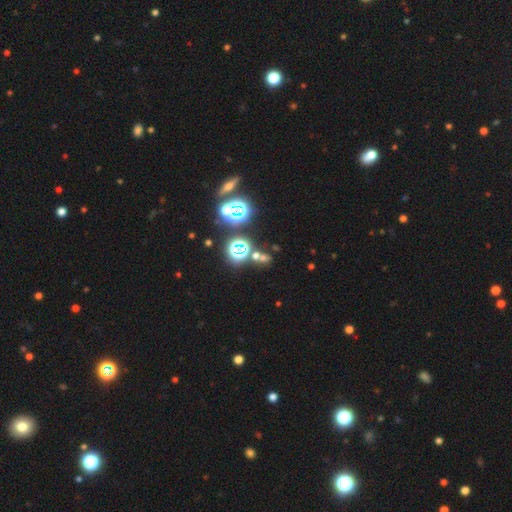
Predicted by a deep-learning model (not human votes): Morphology: type=star or artifact (56%).